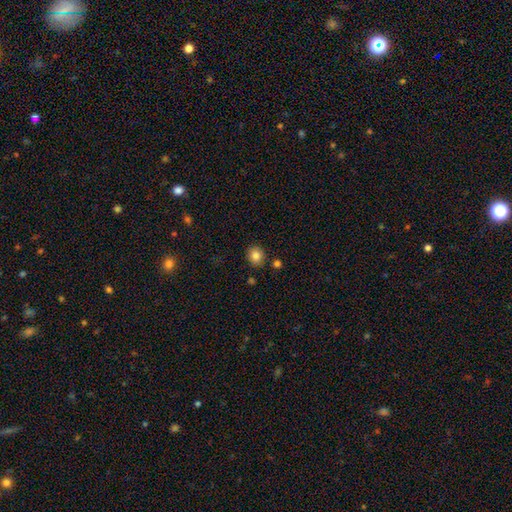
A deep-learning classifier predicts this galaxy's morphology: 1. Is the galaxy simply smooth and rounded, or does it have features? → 84% smooth, 10% star or artifact, 6% featured or disk.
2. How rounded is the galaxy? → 71% round, 28% in between, 1% cigar-shaped.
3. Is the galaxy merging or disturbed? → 85% none, 9% minor disturbance, 4% merger, 2% major disturbance.